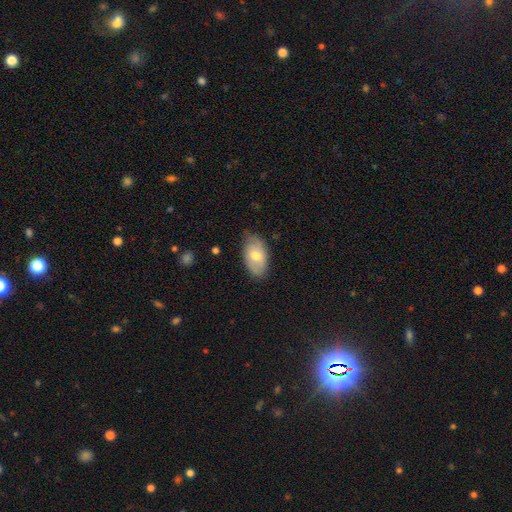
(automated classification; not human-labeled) The model was most divided on "smooth or featured": smooth: 63%, featured or disk: 31%, star or artifact: 6%. More confident: how rounded — in between (94%); merging — none (73%).